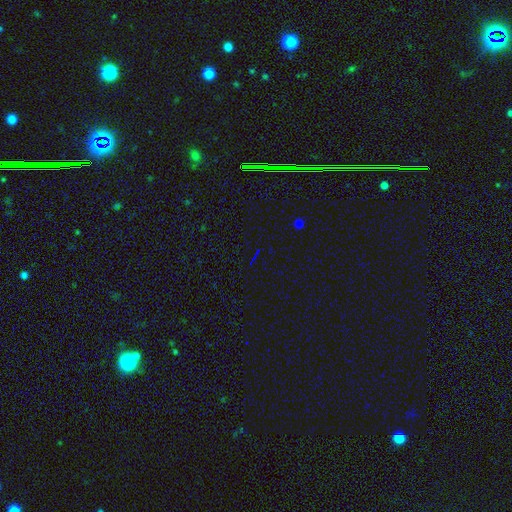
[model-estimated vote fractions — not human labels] Smooth or featured? star or artifact (75%)